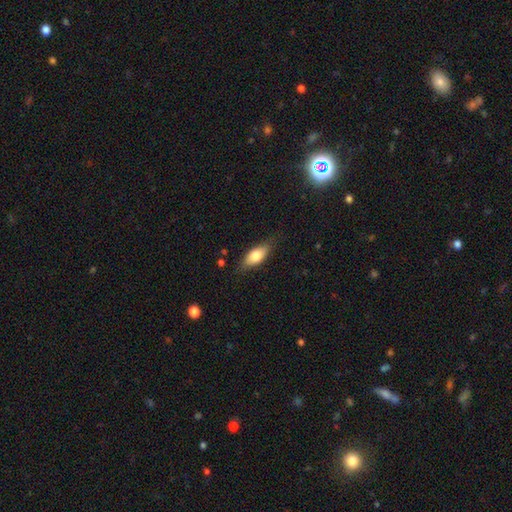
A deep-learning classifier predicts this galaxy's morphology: A smooth galaxy with no disk features (76%) that is in between round and cigar-shaped (81%). Merging: none (78%).